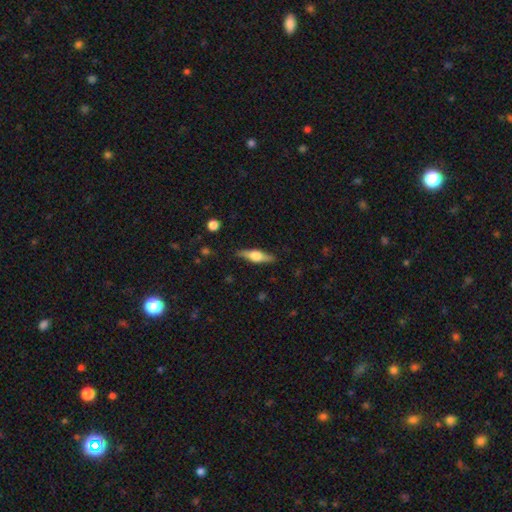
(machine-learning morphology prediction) type=featured or disk (59%); edge-on=yes (95%); edge-on bulge=rounded (91%); merging=none (87%).